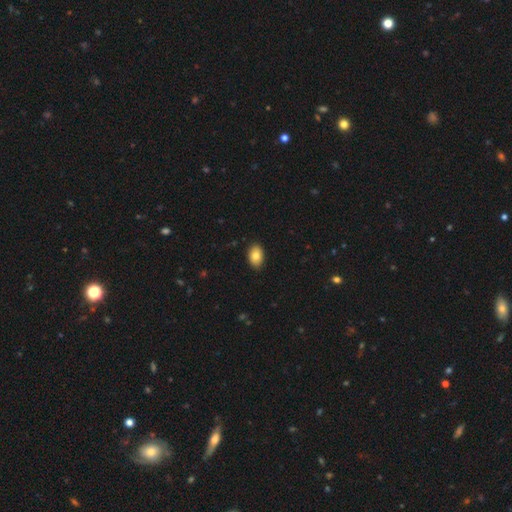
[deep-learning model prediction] smooth-or-featured: smooth: 82% | featured or disk: 10% | star or artifact: 8%
  how-rounded: in between: 86% | round: 13% | cigar-shaped: 1%
  merging: none: 87% | minor disturbance: 10% | major disturbance: 2% | merger: 1%